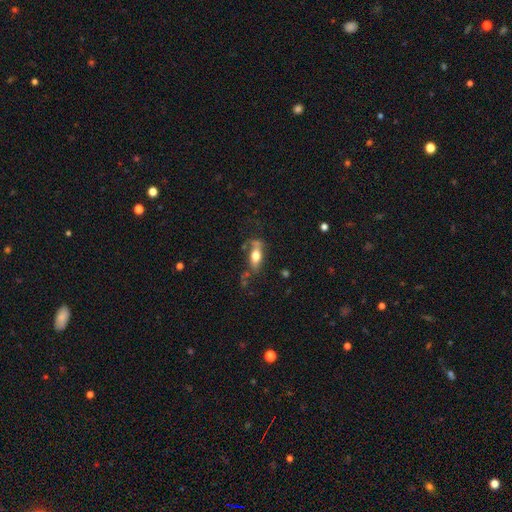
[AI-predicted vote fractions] Smooth or featured: smooth — 64% (featured or disk — 29%)
How rounded: in between — 73% (cigar-shaped — 22%)
Merging: none — 50% (minor disturbance — 26%)